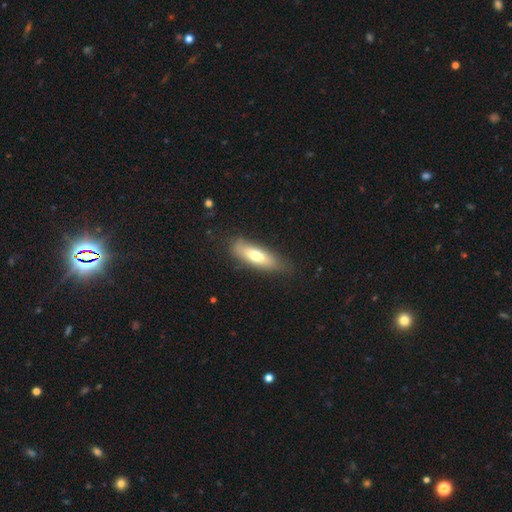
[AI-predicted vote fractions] Smooth or featured: smooth — 67% (featured or disk — 26%)
How rounded: in between — 53% (cigar-shaped — 45%)
Merging: none — 78% (minor disturbance — 17%)